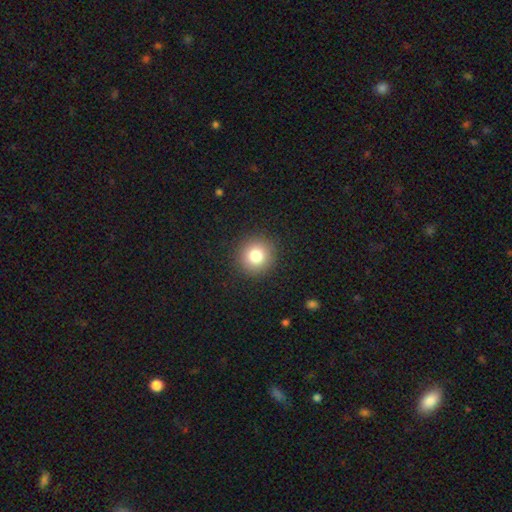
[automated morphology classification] Smooth or featured? smooth (81%)
How rounded? round (93%)
Merging? none (91%)